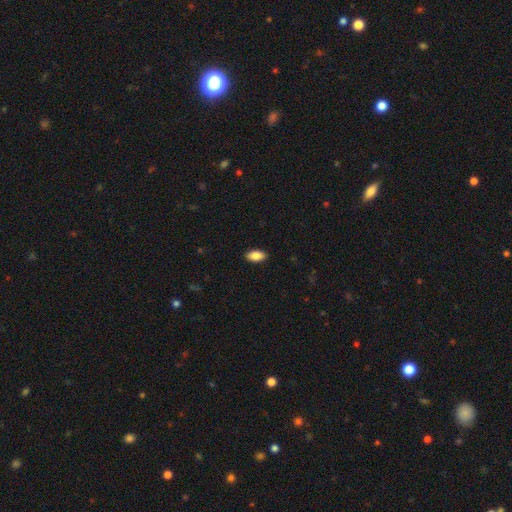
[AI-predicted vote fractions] Overall: smooth (87%). How rounded: in between (92%). Merging: none (89%).